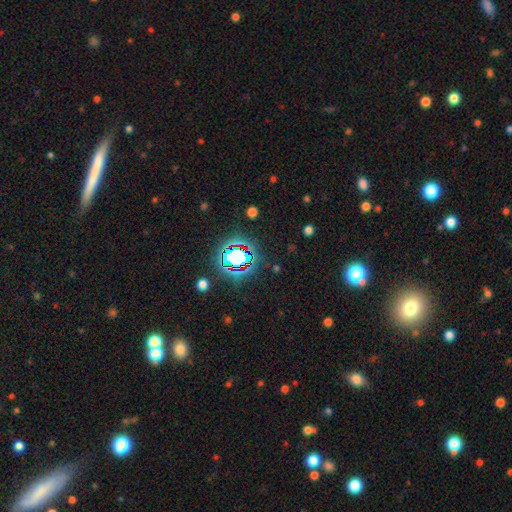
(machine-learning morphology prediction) Smooth or featured? Predicted: star or artifact (p=0.68).